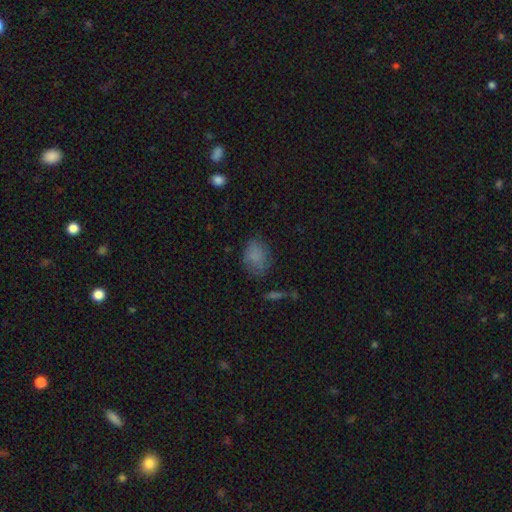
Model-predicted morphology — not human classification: A smooth galaxy with no disk features (80%) that is in between round and cigar-shaped (66%).

Vote fractions:
- Smooth or featured? smooth: 80% / star or artifact: 11% / featured or disk: 9%
- How rounded? in between: 66% / round: 32% / cigar-shaped: 1%
- Merging? none: 67% / minor disturbance: 23% / major disturbance: 8% / merger: 2%